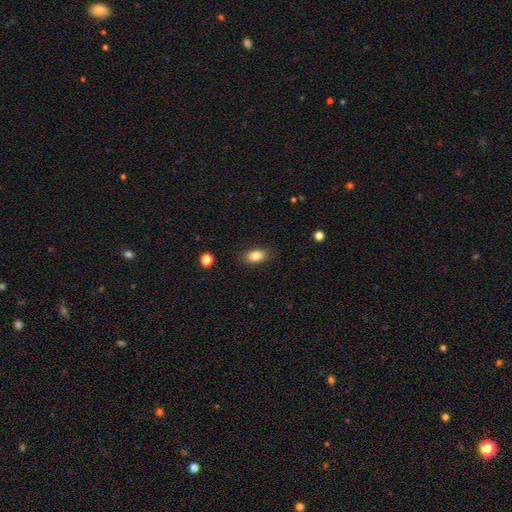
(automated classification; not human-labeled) Q: Smooth or featured?
A: smooth (84%); runner-up: star or artifact (9%)
Q: How rounded?
A: in between (88%); runner-up: round (9%)
Q: Merging?
A: none (86%); runner-up: minor disturbance (10%)